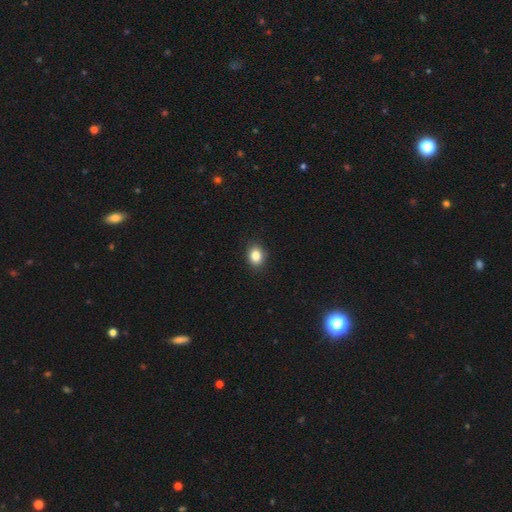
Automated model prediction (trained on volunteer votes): Smooth or featured?
  - smooth: 84% *
  - star or artifact: 10%
  - featured or disk: 6%
How rounded?
  - round: 50% *
  - in between: 49%
  - cigar-shaped: 1%
Merging?
  - none: 89% *
  - minor disturbance: 8%
  - major disturbance: 2%
  - merger: 1%